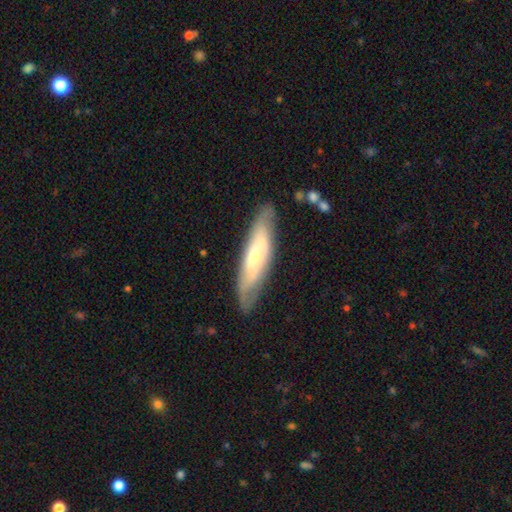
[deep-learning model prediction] featured or disk 53%, smooth 42%, star or artifact 5%. Down the decision tree: edge-on disk — no (56%); merging — none (79%).